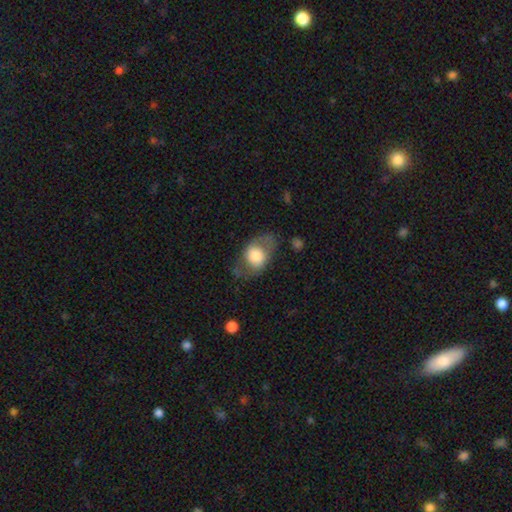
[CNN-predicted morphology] type=smooth (64%); roundness=in between (67%); merging=none (53%).